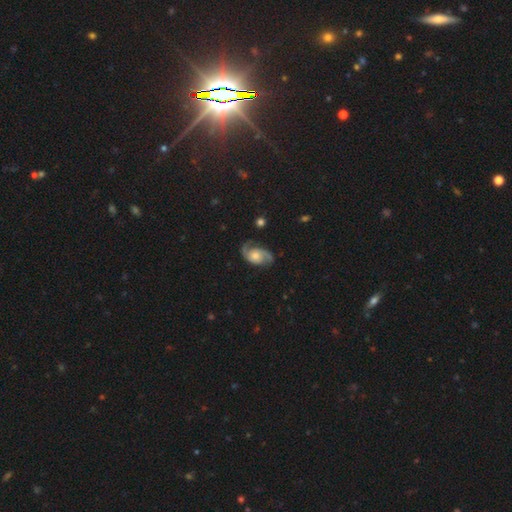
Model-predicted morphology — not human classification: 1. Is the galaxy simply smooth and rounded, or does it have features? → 83% featured or disk, 11% smooth, 6% star or artifact.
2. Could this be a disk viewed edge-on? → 97% no, 3% yes.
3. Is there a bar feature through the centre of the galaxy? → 72% no, 24% weak, 4% strong.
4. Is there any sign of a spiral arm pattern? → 96% yes, 4% no.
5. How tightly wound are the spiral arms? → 49% medium, 29% loose, 21% tight.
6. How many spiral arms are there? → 90% 2, 3% can't tell, 3% 1, 2% 3, 1% 4, 1% more than 4.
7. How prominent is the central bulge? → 46% moderate, 31% small, 14% large, 7% none, 2% dominant.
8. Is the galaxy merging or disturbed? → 72% none, 18% minor disturbance, 8% major disturbance, 2% merger.